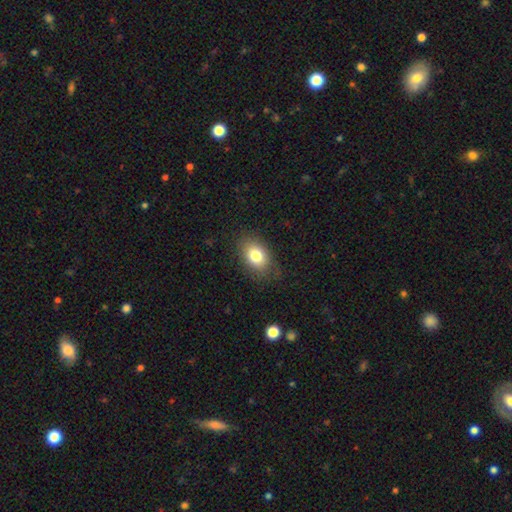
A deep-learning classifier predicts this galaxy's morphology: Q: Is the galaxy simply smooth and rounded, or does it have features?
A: smooth — 79%.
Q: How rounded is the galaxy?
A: in between — 75%.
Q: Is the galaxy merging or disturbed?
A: none — 80%.